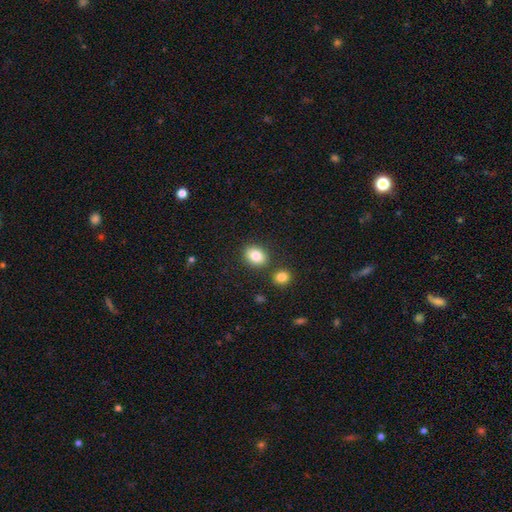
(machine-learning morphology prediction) Smooth or featured? smooth (84%)
How rounded? in between (60%)
Merging? none (80%)